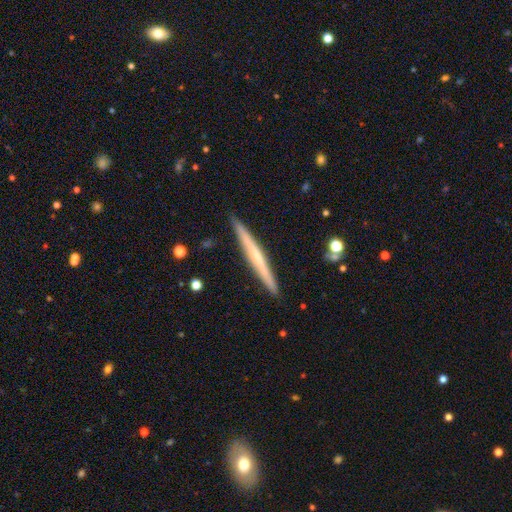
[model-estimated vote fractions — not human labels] smooth-or-featured: featured or disk: 55% | smooth: 39% | star or artifact: 6%
  disk-edge-on: yes: 97% | no: 3%
    edge-on-bulge: none: 66% | rounded: 28% | boxy: 6%
  merging: none: 91% | minor disturbance: 6% | major disturbance: 1% | merger: 1%